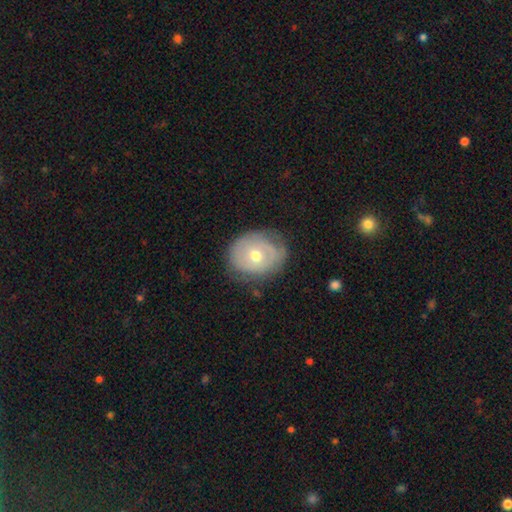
This appears to be a smooth galaxy with no disk features (50%, tied with featured or disk) that is round (56%). Merging: none (75%).